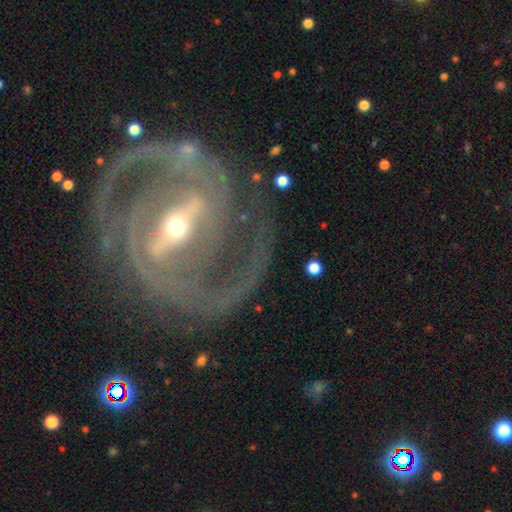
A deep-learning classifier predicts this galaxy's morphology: type=featured or disk (91%); edge-on=no (97%); bar=strong (70%); spiral arms=yes (96%); winding=medium (49%); arm count=2 (79%); bulge=small (63%); merging=none (73%).